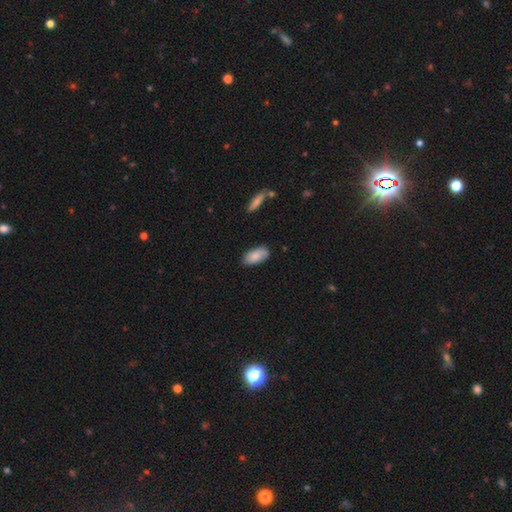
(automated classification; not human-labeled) Smooth or featured? Predicted: smooth (p=0.83). How rounded? Predicted: in between (p=0.92). Merging? Predicted: none (p=0.79).